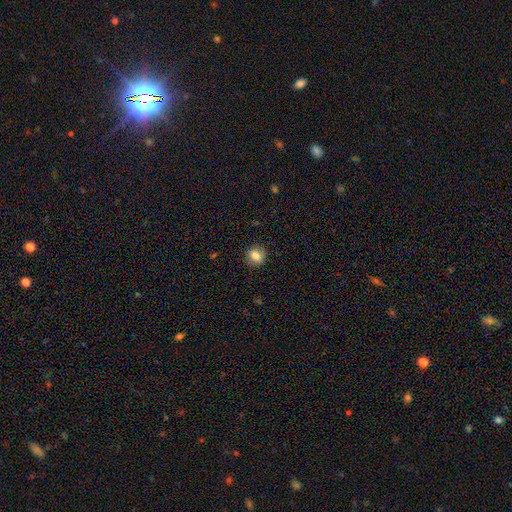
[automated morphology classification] Smooth or featured: smooth — 81% (star or artifact — 10%)
How rounded: round — 79% (in between — 20%)
Merging: none — 87% (minor disturbance — 9%)